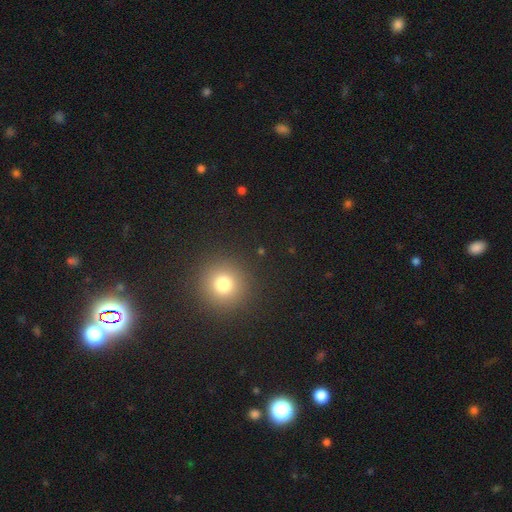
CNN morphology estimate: smooth_or_featured: smooth (p=0.53) [alt: star or artifact p=0.40]
how_rounded: round (p=0.96) [alt: in between p=0.03]
merging: none (p=0.92) [alt: minor disturbance p=0.04]